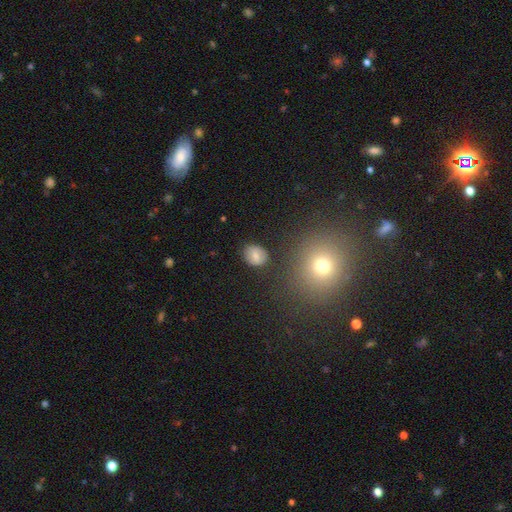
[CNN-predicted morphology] smooth-or-featured: smooth: 70% | featured or disk: 19% | star or artifact: 11%
  how-rounded: round: 63% | in between: 36% | cigar-shaped: 1%
  merging: none: 83% | minor disturbance: 12% | major disturbance: 4% | merger: 2%